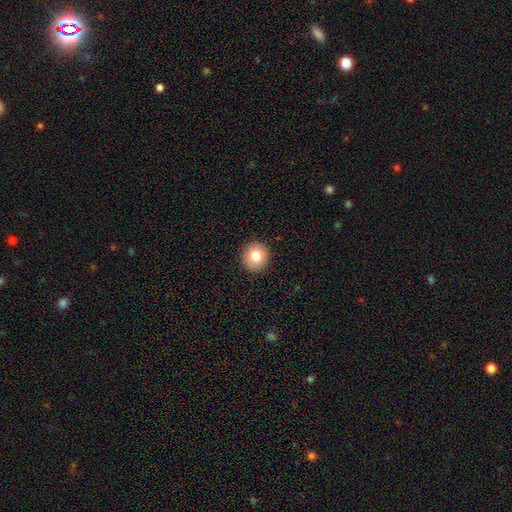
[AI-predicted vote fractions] A smooth galaxy with no disk features (80%) that is round (90%). Merging: none (92%).